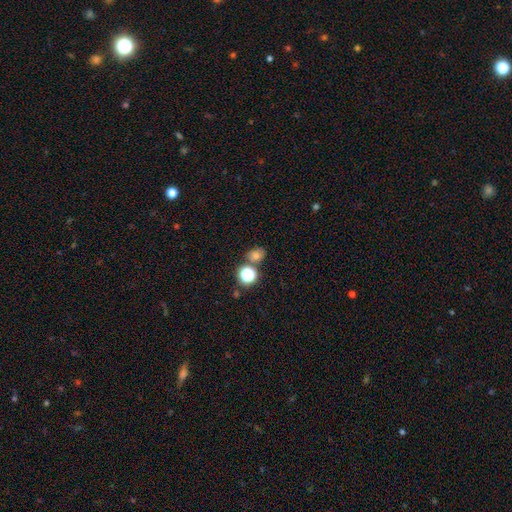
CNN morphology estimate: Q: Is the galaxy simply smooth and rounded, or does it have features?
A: smooth — 62%.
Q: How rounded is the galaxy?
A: round — 62%.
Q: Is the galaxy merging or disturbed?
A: none — 70%.